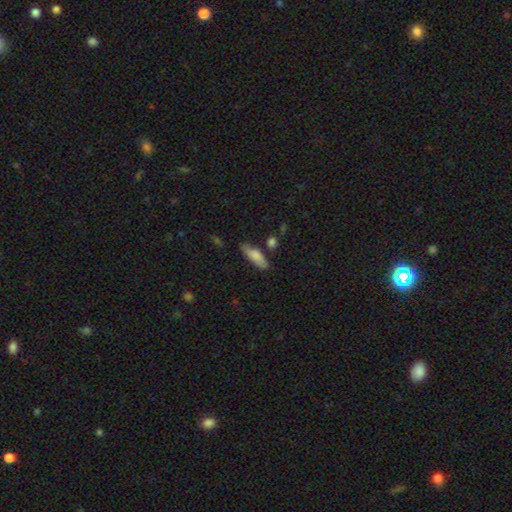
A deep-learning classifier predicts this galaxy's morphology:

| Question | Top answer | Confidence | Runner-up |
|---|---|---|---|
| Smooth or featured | smooth | 76% | featured or disk (17%) |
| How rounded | in between | 51% | cigar-shaped (46%) |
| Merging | none | 70% | minor disturbance (20%) |